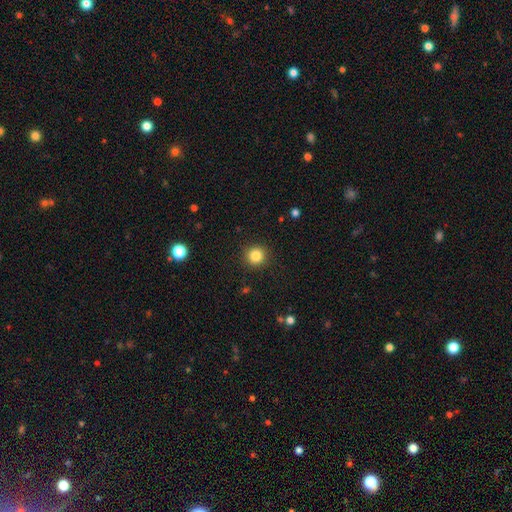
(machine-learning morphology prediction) Smooth or featured? smooth (84%)
How rounded? round (93%)
Merging? none (91%)